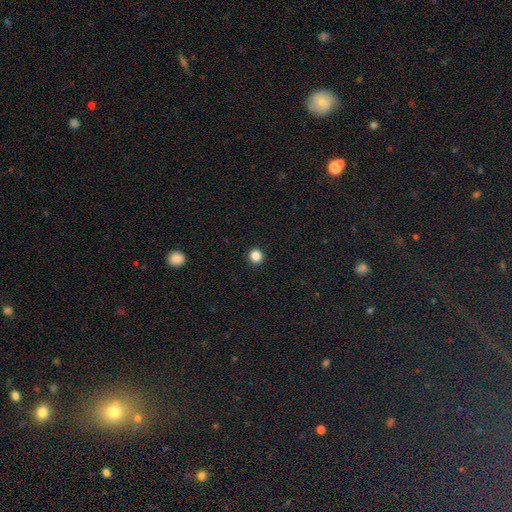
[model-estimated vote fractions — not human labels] Overall: smooth (85%). How rounded: round (93%). Merging: none (93%).